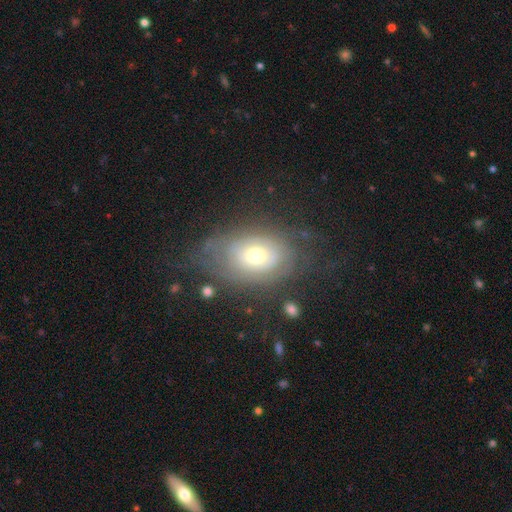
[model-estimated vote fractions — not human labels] A featured or disk galaxy (56%) with no bar (83%), spiral arms (59%) and a moderate central bulge (60%).

Vote fractions:
- Smooth or featured? featured or disk: 56% / smooth: 35% / star or artifact: 10%
- Edge-on disk? no: 93% / yes: 7%
- Bar? no: 83% / weak: 14% / strong: 3%
- Spiral arms? yes: 59% / no: 41%
- Bulge size? moderate: 60% / small: 30% / large: 8% / dominant: 1% / none: 1%
- Merging? none: 59% / minor disturbance: 22% / major disturbance: 17% / merger: 2%